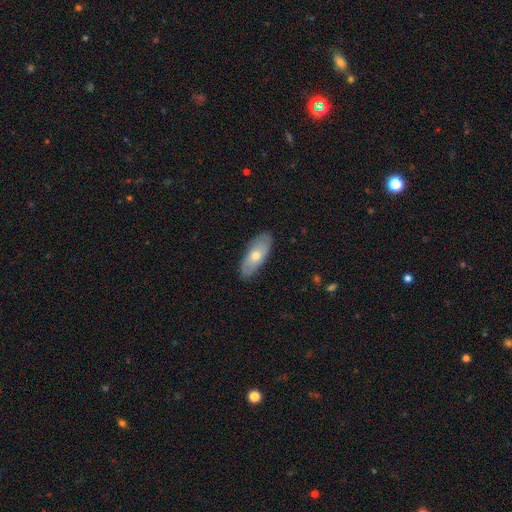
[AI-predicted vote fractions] This appears to be a smooth galaxy with no disk features (60%) that is in between round and cigar-shaped (77%). Merging: none (87%).